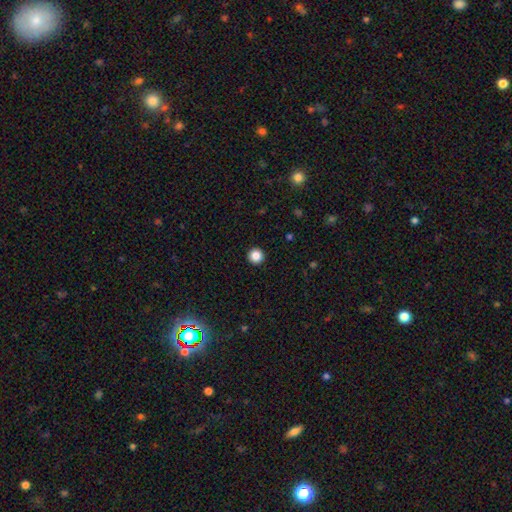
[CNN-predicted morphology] type=smooth (86%); roundness=round (97%); merging=none (94%).